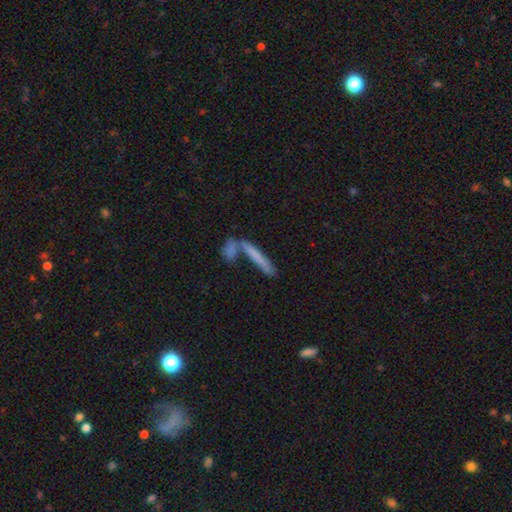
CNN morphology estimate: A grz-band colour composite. It shows a smooth galaxy with no disk features (64%) that is cigar-shaped (91%). Merging: none (55%).